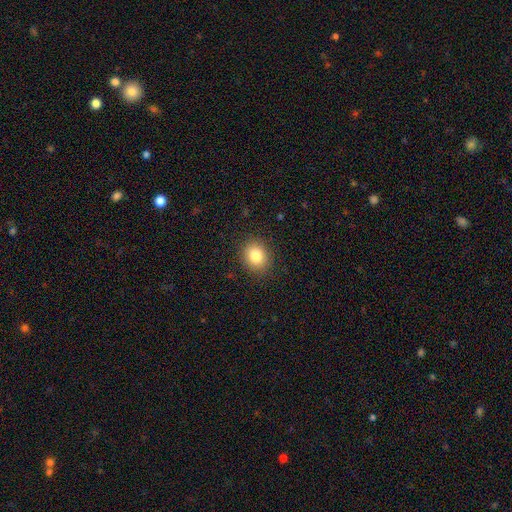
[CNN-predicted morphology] Overall: smooth (84%). How rounded: round (63%; in between 37%). Merging: none (88%).